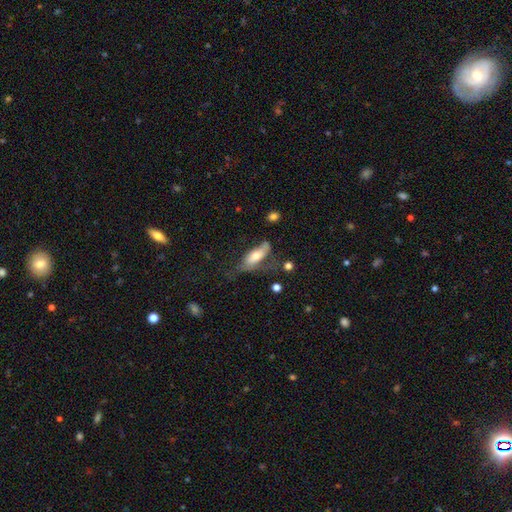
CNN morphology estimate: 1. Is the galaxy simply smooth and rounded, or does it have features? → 58% smooth, 36% featured or disk, 7% star or artifact.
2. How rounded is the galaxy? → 72% in between, 25% cigar-shaped, 2% round.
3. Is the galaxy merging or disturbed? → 36% none, 31% minor disturbance, 28% major disturbance, 5% merger.